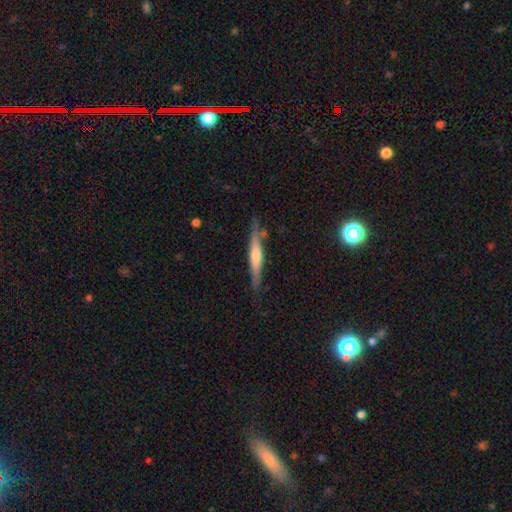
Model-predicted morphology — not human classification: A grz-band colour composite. It shows a featured or disk galaxy (54%) viewed edge-on (94%) with a rounded central bulge (57%). Merging: none (80%).